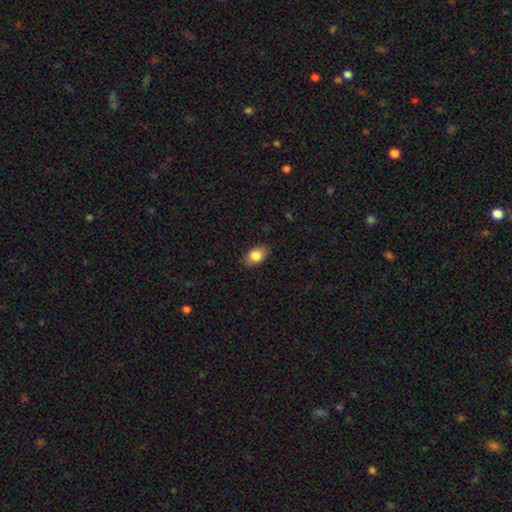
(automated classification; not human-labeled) Overall: smooth (83%). How rounded: in between (87%). Merging: none (86%).